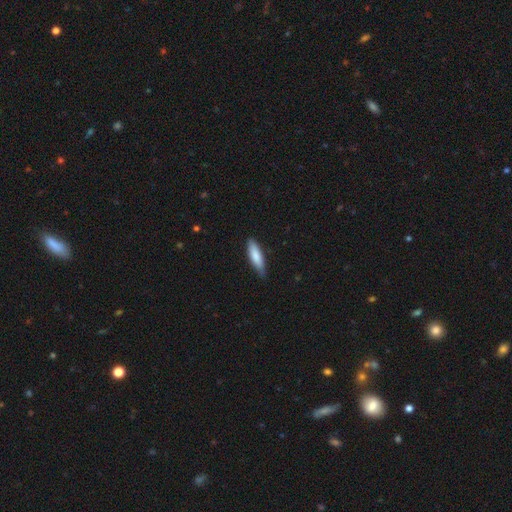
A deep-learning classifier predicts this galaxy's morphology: Smooth or featured? smooth (81%)
How rounded? cigar-shaped (60%)
Merging? none (79%)